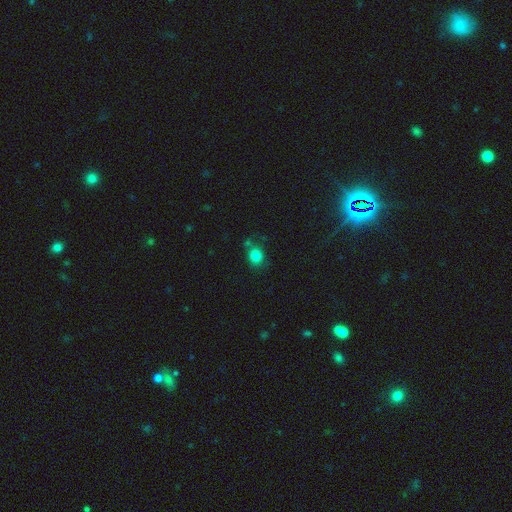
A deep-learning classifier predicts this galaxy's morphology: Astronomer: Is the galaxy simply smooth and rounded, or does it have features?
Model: smooth — 82%.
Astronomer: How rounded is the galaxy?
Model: round — 70%.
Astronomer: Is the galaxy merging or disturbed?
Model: none — 68%.